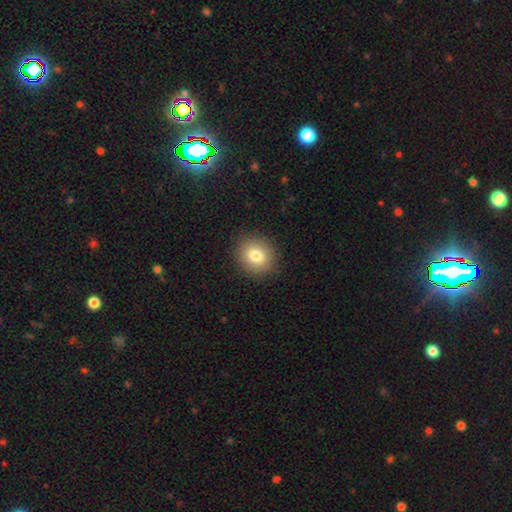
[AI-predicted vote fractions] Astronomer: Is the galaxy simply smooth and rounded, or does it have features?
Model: smooth — 80%.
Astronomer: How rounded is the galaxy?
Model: round — 80%.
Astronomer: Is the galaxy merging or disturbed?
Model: none — 90%.